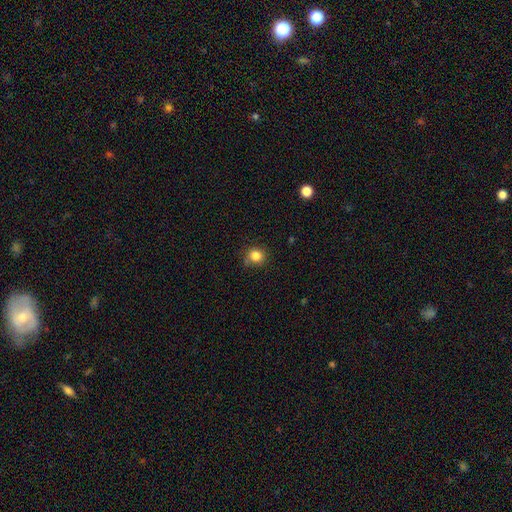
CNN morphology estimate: A smooth galaxy with no disk features (83%) that is round (86%).

Vote fractions:
- Smooth or featured? smooth: 83% / star or artifact: 11% / featured or disk: 5%
- How rounded? round: 86% / in between: 13% / cigar-shaped: 1%
- Merging? none: 76% / minor disturbance: 17% / major disturbance: 4% / merger: 3%